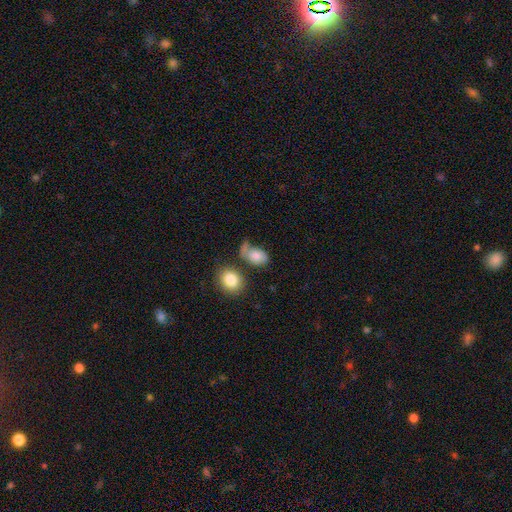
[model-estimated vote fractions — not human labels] smooth_or_featured: smooth (p=0.76) [alt: featured or disk p=0.15]
how_rounded: in between (p=0.79) [alt: round p=0.19]
merging: none (p=0.33) [alt: merger p=0.24]